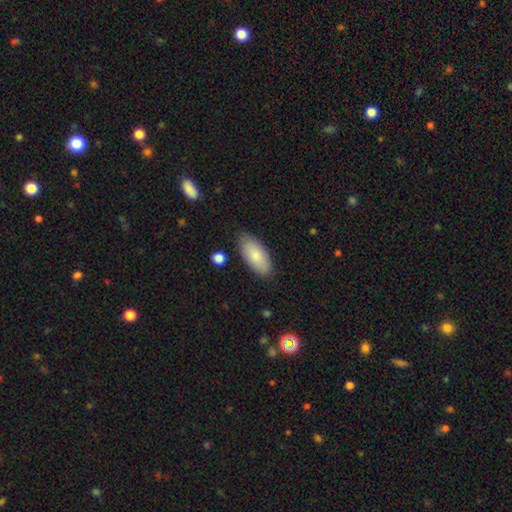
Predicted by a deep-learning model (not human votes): Smooth or featured? Predicted: smooth (p=0.81). How rounded? Predicted: in between (p=0.90). Merging? Predicted: none (p=0.83).